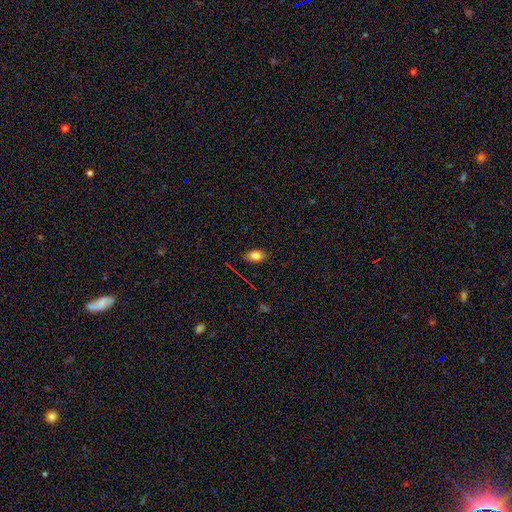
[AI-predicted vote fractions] smooth_or_featured: smooth (p=0.81) [alt: star or artifact p=0.10]
how_rounded: in between (p=0.88) [alt: round p=0.10]
merging: none (p=0.86) [alt: minor disturbance p=0.11]